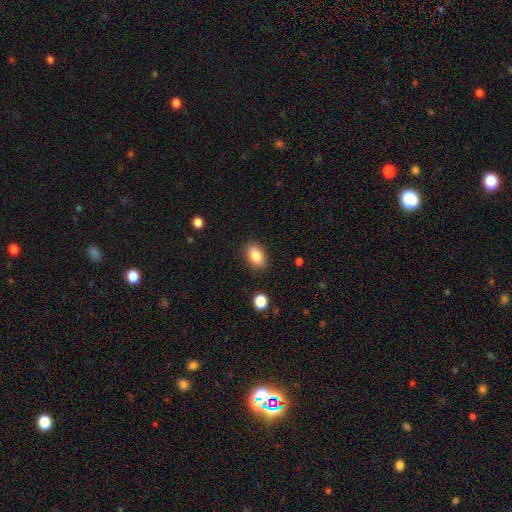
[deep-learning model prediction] Smooth or featured? smooth (86%)
How rounded? in between (88%)
Merging? none (86%)